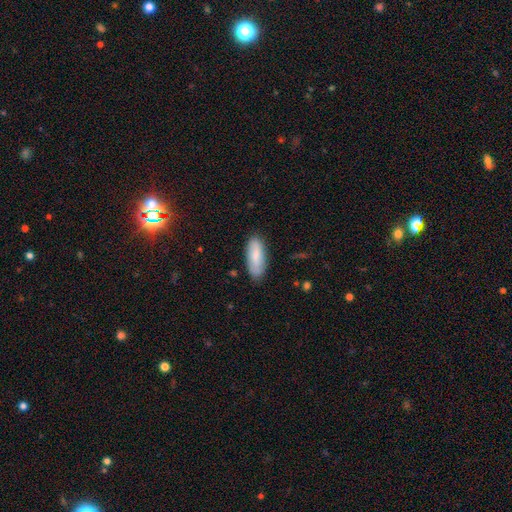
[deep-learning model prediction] Smooth or featured?
  - smooth: 75% *
  - featured or disk: 19%
  - star or artifact: 6%
How rounded?
  - in between: 79% *
  - cigar-shaped: 20%
  - round: 2%
Merging?
  - none: 81% *
  - minor disturbance: 15%
  - major disturbance: 3%
  - merger: 1%